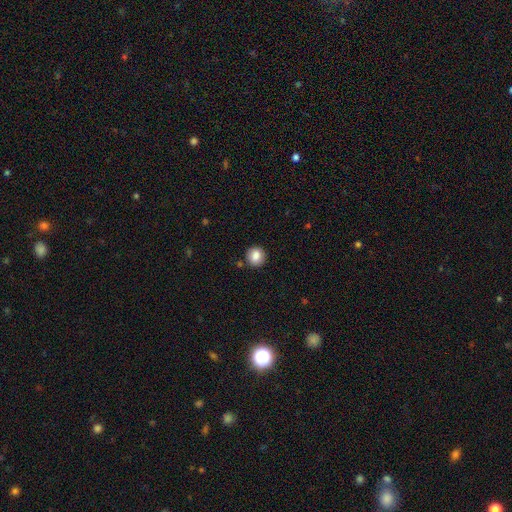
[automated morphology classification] Q: Smooth or featured?
A: smooth (85%); runner-up: star or artifact (9%)
Q: How rounded?
A: round (89%); runner-up: in between (10%)
Q: Merging?
A: none (88%); runner-up: minor disturbance (8%)